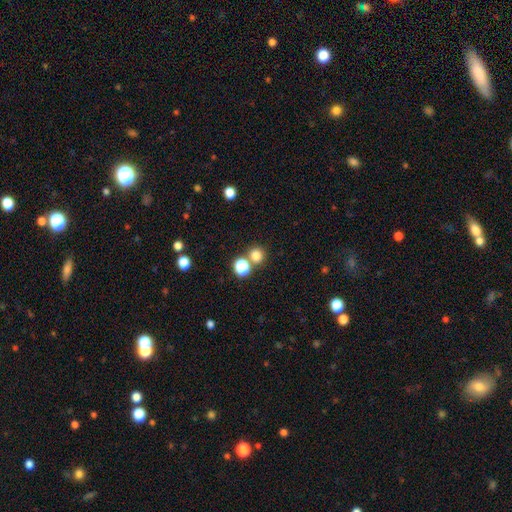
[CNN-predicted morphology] The model was most divided on "merging": none: 71%, merger: 20%, minor disturbance: 6%, major disturbance: 3%. More confident: how rounded — round (91%); smooth or featured — smooth (77%).